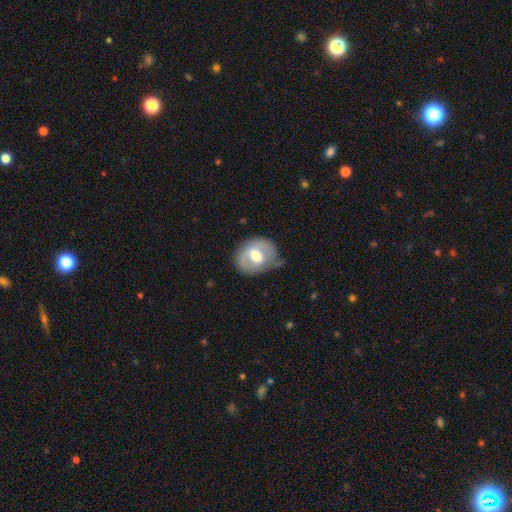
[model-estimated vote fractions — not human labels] This appears to be a featured or disk galaxy (49%). Merging: none (62%).